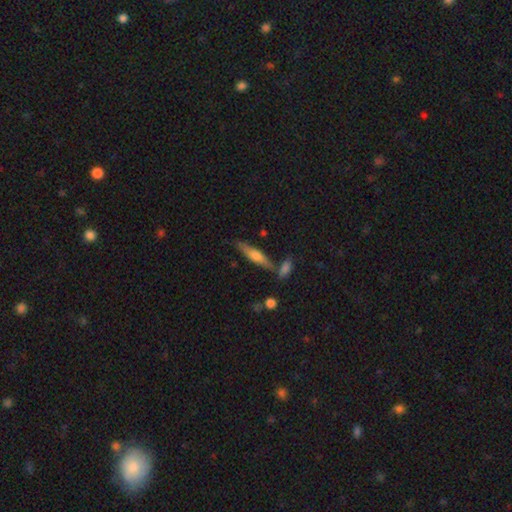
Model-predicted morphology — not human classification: Smooth or featured: featured or disk — 47% (smooth — 46%)
Merging: none — 75% (minor disturbance — 12%)